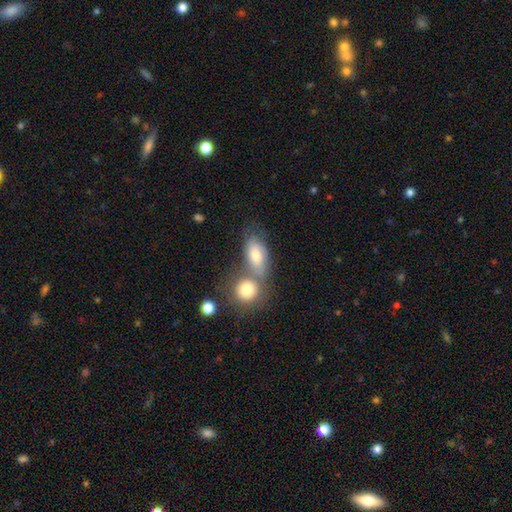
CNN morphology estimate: This is likely a smooth galaxy (68%). How rounded: likely in between (79%). Merging: possibly merger (46%).